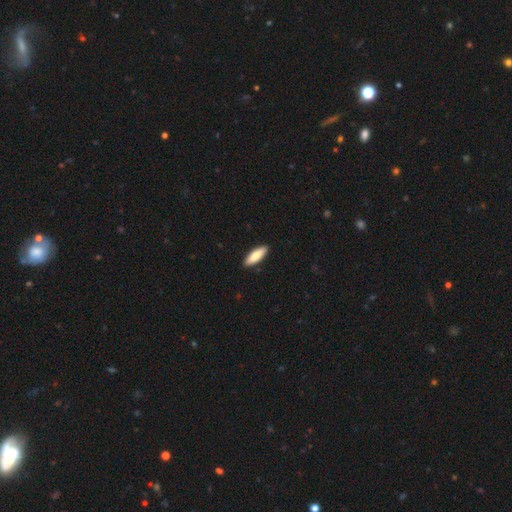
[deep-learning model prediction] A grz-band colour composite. It shows a smooth galaxy with no disk features (81%) that is in between round and cigar-shaped (51%). Merging: none (90%).